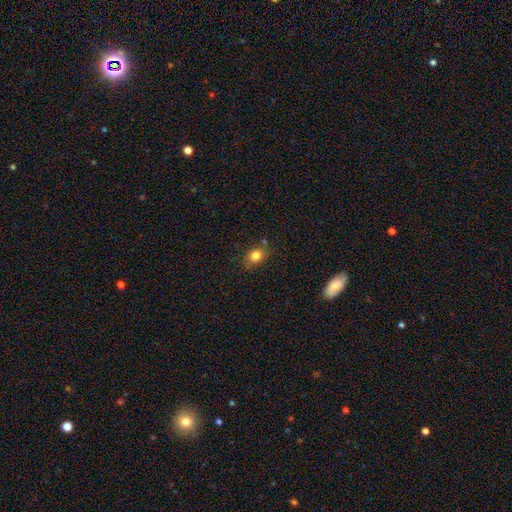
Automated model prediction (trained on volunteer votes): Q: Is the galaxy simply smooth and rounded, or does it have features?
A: smooth — 82%.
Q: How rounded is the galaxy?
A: in between — 59%.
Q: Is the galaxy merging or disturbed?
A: none — 76%.